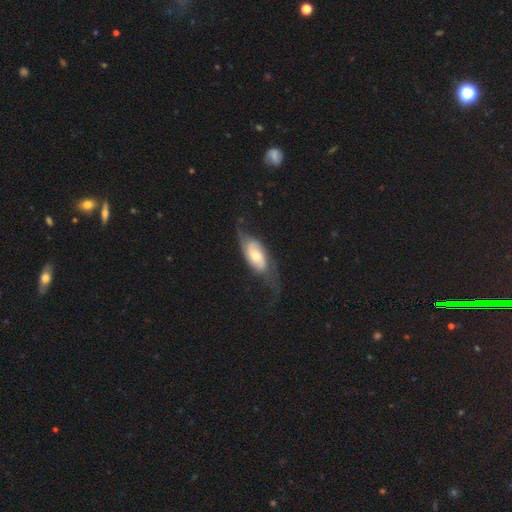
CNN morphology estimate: Smooth or featured? featured or disk (63%)
Edge-on disk? no (87%)
Bar? no (67%)
Spiral arms? yes (82%)
Bulge size? moderate (54%)
Merging? none (46%)